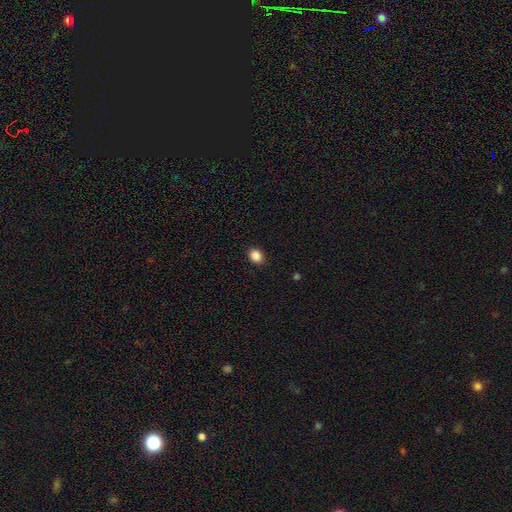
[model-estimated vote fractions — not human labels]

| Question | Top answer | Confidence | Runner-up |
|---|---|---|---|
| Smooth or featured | smooth | 86% | star or artifact (10%) |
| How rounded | in between | 50% | round (49%) |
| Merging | none | 90% | minor disturbance (7%) |